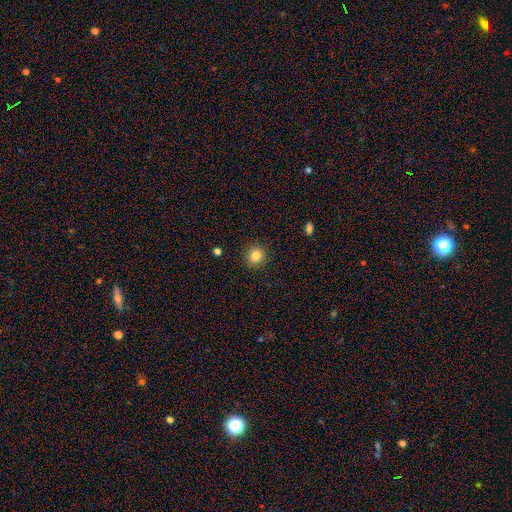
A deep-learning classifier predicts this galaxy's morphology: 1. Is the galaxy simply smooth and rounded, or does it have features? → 84% smooth, 10% star or artifact, 5% featured or disk.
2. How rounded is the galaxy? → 86% round, 13% in between, 1% cigar-shaped.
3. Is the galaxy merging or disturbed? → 91% none, 6% minor disturbance, 2% major disturbance, 1% merger.